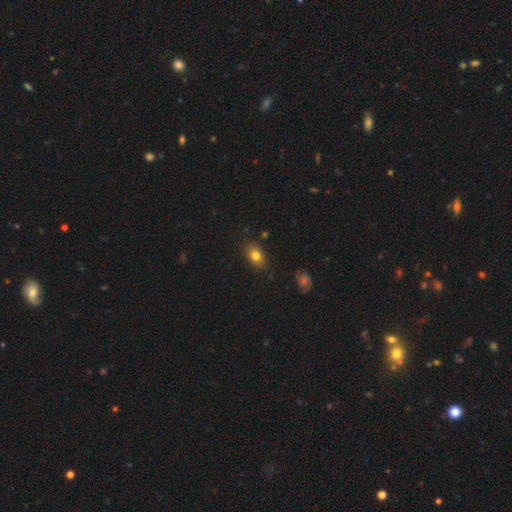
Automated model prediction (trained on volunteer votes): Smooth or featured: smooth — 80% (star or artifact — 10%)
How rounded: in between — 77% (round — 21%)
Merging: none — 84% (minor disturbance — 12%)